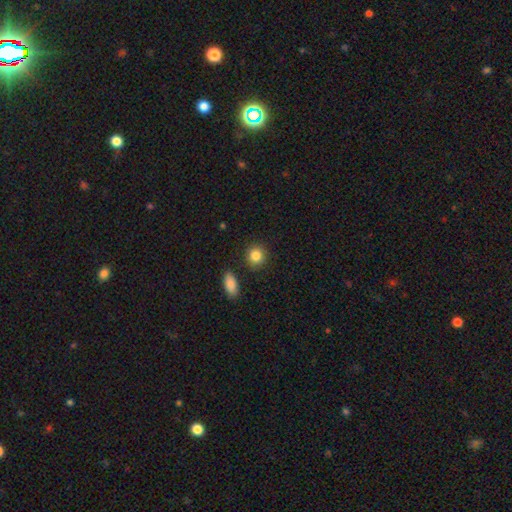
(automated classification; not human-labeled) smooth-or-featured: smooth: 86% | star or artifact: 9% | featured or disk: 5%
  how-rounded: round: 83% | in between: 16% | cigar-shaped: 1%
  merging: none: 87% | minor disturbance: 7% | merger: 3% | major disturbance: 2%